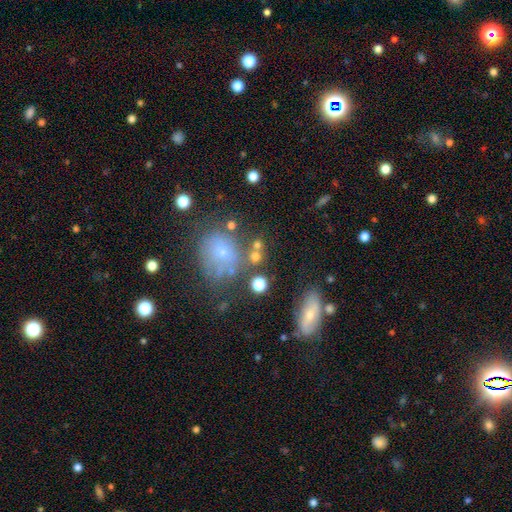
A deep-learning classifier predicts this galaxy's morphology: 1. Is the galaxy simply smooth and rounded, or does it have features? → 66% smooth, 20% star or artifact, 14% featured or disk.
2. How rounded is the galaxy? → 82% round, 16% in between, 2% cigar-shaped.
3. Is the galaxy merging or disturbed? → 62% none, 20% merger, 11% minor disturbance, 7% major disturbance.